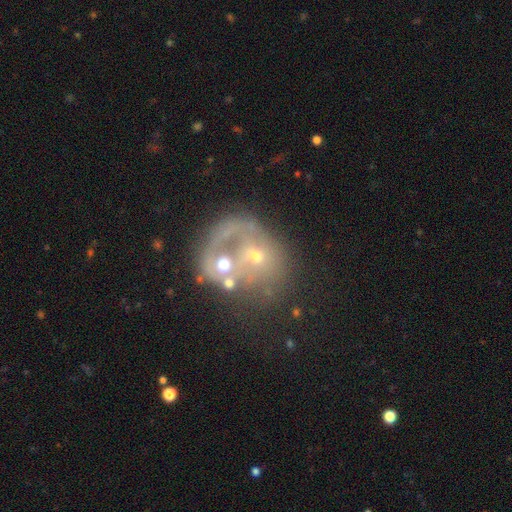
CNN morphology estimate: This is possibly a featured or disk galaxy (48%). Merging: possibly merger (54%).